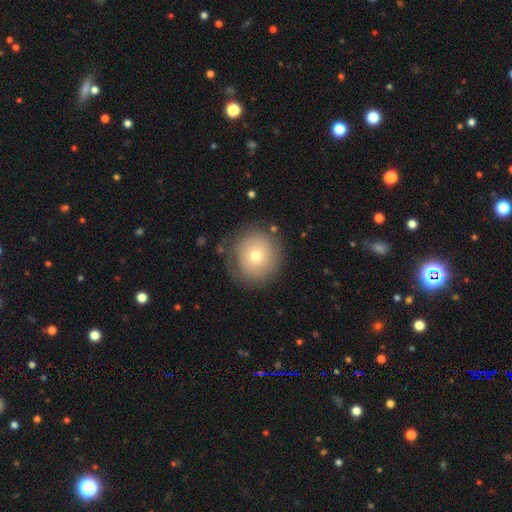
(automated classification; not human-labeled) Smooth or featured?
  - smooth: 65% *
  - featured or disk: 24%
  - star or artifact: 10%
How rounded?
  - round: 90% *
  - in between: 9%
  - cigar-shaped: 1%
Merging?
  - none: 78% *
  - minor disturbance: 14%
  - major disturbance: 6%
  - merger: 2%